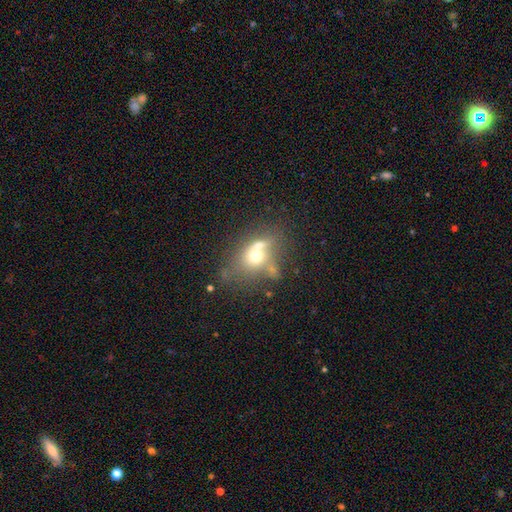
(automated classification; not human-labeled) Smooth or featured? smooth (59%)
How rounded? in between (51%)
Merging? merger (48%)